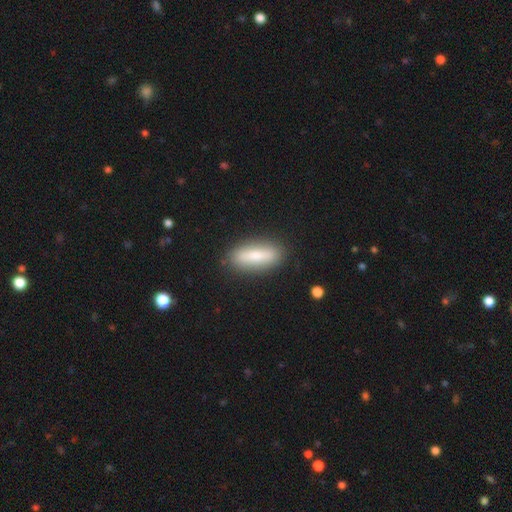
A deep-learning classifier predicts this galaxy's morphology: This is likely a smooth galaxy (69%). How rounded: likely in between (60%). Merging: clearly none (87%).